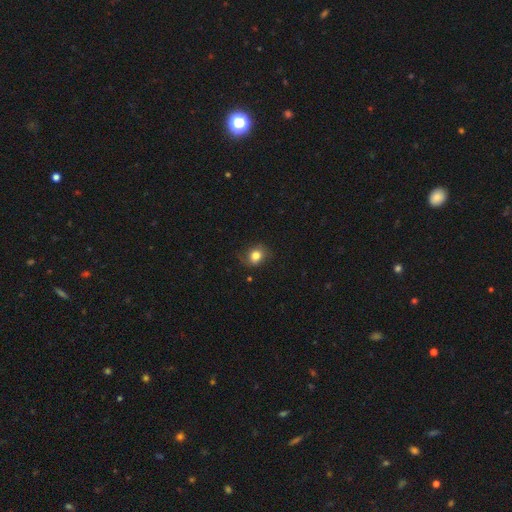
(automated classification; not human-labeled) Smooth or featured: smooth — 79% (featured or disk — 11%)
How rounded: round — 59% (in between — 40%)
Merging: none — 68% (minor disturbance — 22%)